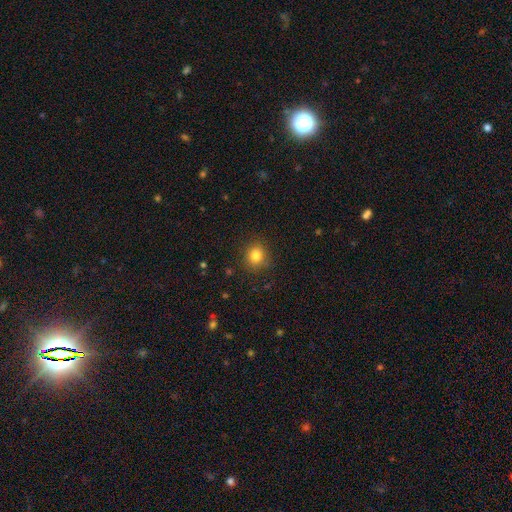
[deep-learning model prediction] Overall: smooth (82%). How rounded: round (84%). Merging: none (87%).